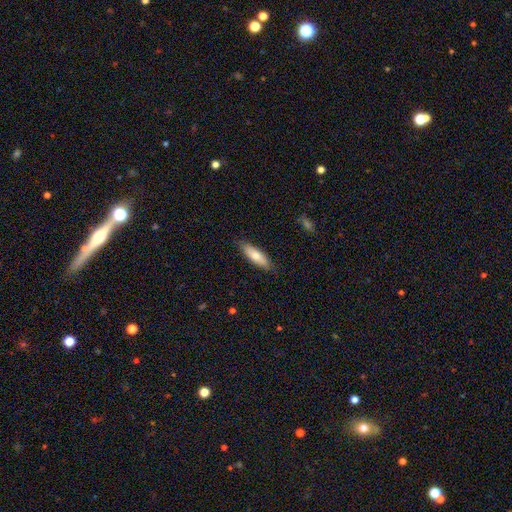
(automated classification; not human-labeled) This appears to be a smooth galaxy with no disk features (74%) that is cigar-shaped (50%). Merging: none (85%).